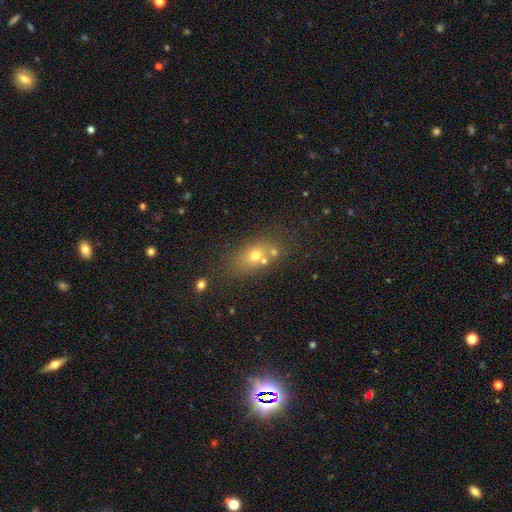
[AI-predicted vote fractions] This appears to be a smooth galaxy with no disk features (63%) that is in between round and cigar-shaped (63%). Merging: none (56%).